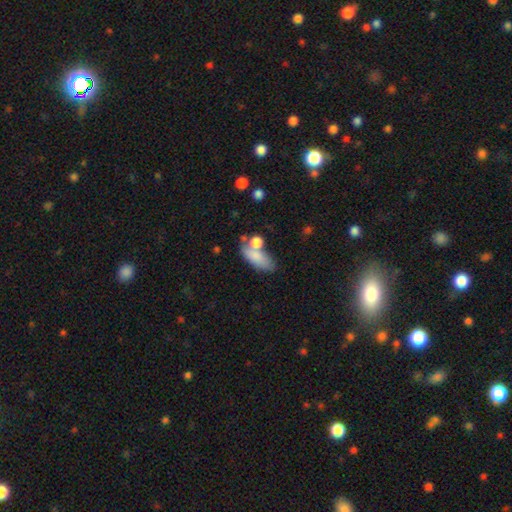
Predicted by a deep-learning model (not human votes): Smooth or featured?
  - smooth: 78% *
  - featured or disk: 14%
  - star or artifact: 8%
How rounded?
  - in between: 78% *
  - cigar-shaped: 16%
  - round: 6%
Merging?
  - none: 45% *
  - merger: 27%
  - minor disturbance: 18%
  - major disturbance: 10%